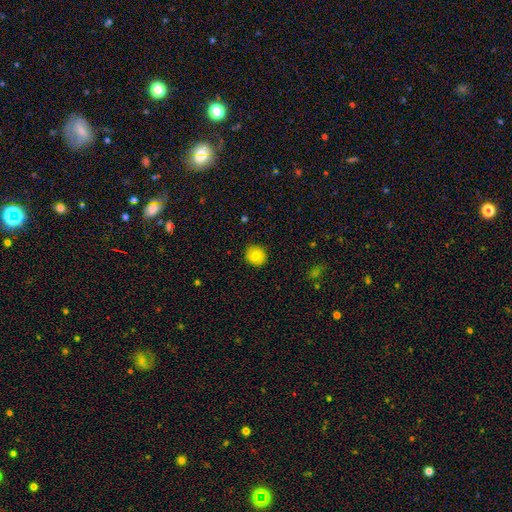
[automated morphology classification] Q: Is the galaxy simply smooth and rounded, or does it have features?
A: smooth — 78%.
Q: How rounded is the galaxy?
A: round — 84%.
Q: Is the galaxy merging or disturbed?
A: none — 87%.